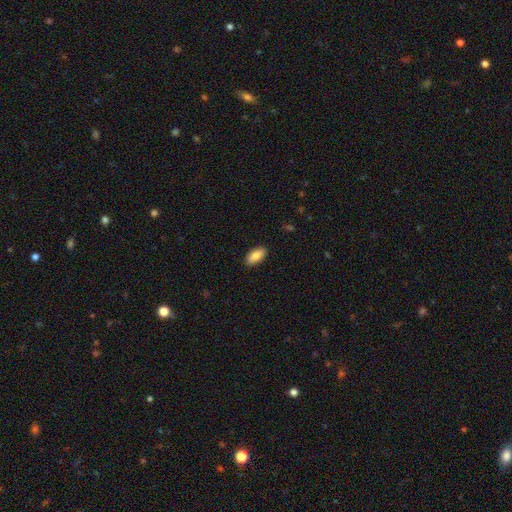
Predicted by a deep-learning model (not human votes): This appears to be a smooth galaxy with no disk features (85%) that is in between round and cigar-shaped (89%). Merging: none (89%).